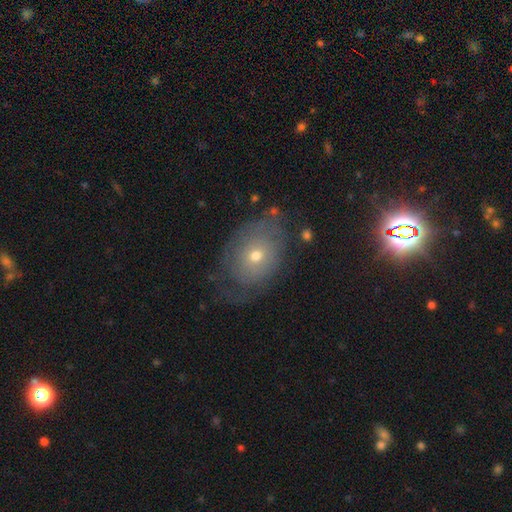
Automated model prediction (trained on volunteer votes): Smooth or featured? Predicted: featured or disk (p=0.47). Merging? Predicted: none (p=0.59).